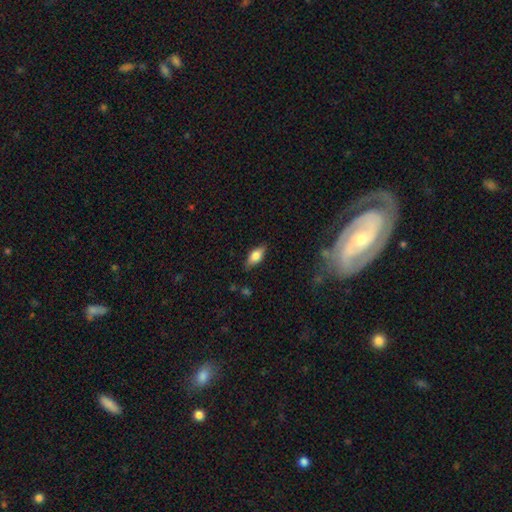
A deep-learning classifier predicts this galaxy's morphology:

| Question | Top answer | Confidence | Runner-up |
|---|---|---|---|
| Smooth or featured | smooth | 65% | featured or disk (28%) |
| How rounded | in between | 79% | cigar-shaped (17%) |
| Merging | none | 84% | minor disturbance (12%) |